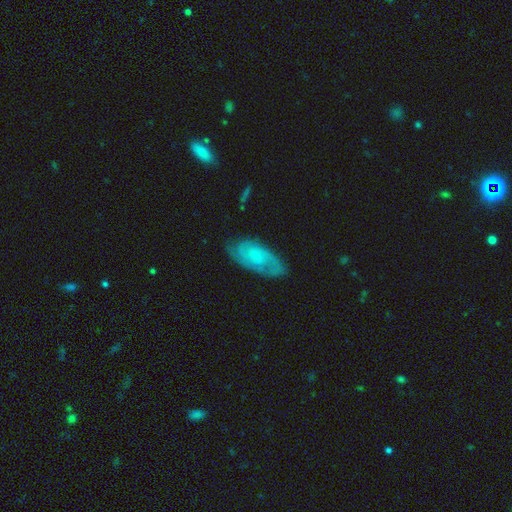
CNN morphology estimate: Smooth or featured: featured or disk — 73% (smooth — 21%)
Edge-on disk: no — 94% (yes — 6%)
Bar: no — 67% (weak — 29%)
Spiral arms: yes — 92% (no — 8%)
Spiral winding: tight — 52% (medium — 38%)
Spiral arm count: 2 — 59% (can't tell — 23%)
Bulge size: small — 74% (moderate — 16%)
Merging: none — 75% (minor disturbance — 19%)